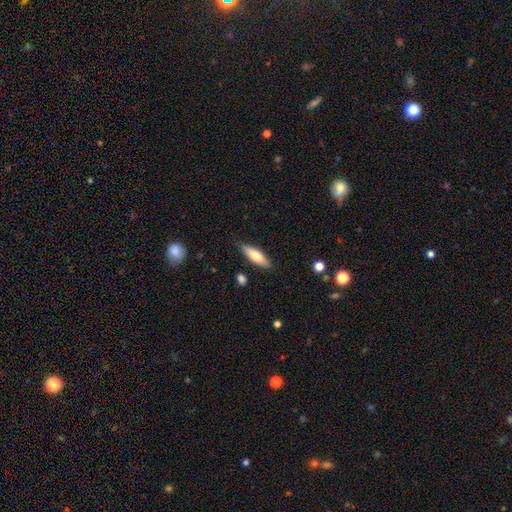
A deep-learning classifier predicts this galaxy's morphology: smooth-or-featured: smooth: 69% | featured or disk: 25% | star or artifact: 6%
  how-rounded: cigar-shaped: 52% | in between: 46% | round: 2%
  merging: none: 85% | minor disturbance: 11% | merger: 2% | major disturbance: 2%